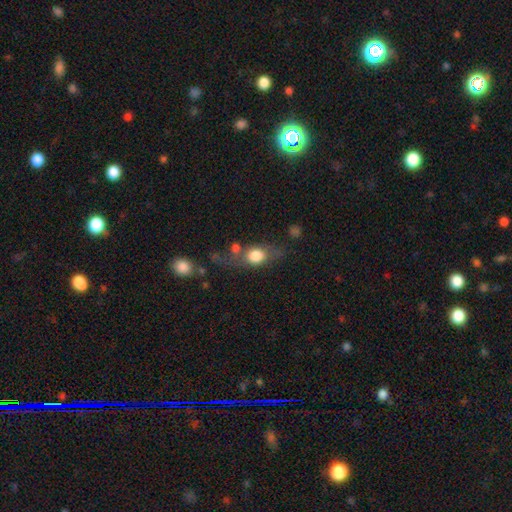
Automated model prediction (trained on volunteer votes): The model was most divided on "how rounded": in between: 50%, round: 41%, cigar-shaped: 9%. Remaining: smooth or featured — smooth (67%); merging — none (47%).